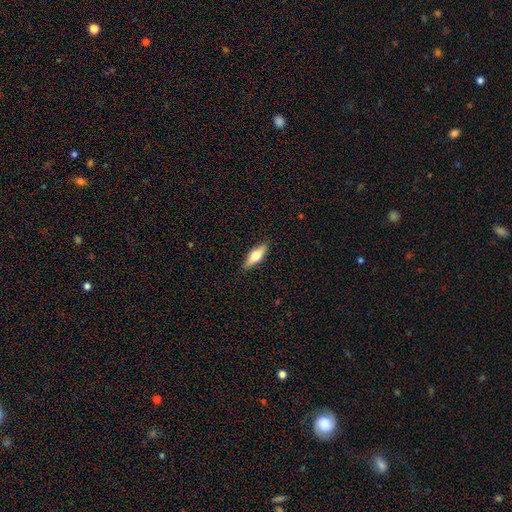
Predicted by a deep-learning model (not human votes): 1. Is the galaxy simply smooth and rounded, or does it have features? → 63% smooth, 31% featured or disk, 6% star or artifact.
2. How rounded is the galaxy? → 56% in between, 41% cigar-shaped, 2% round.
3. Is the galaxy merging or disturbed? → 89% none, 8% minor disturbance, 2% major disturbance, 1% merger.